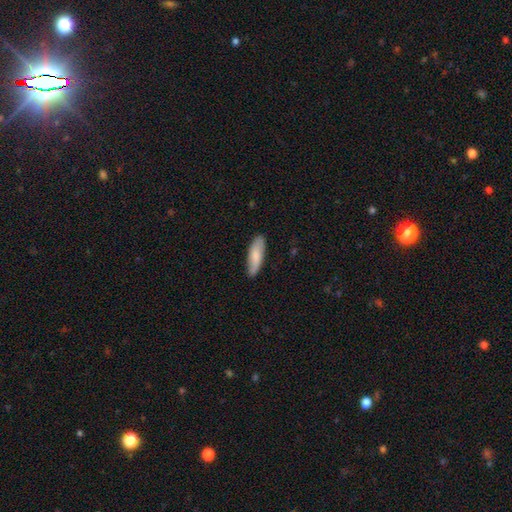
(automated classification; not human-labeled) Smooth or featured: smooth — 78% (featured or disk — 17%)
How rounded: in between — 50% (cigar-shaped — 48%)
Merging: none — 84% (minor disturbance — 13%)